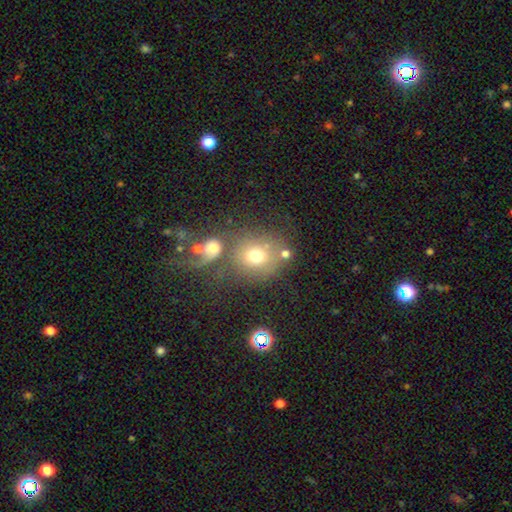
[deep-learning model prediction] smooth 63%, featured or disk 22%, star or artifact 15%. Down the decision tree: how rounded — round (74%); merging — none (41%).